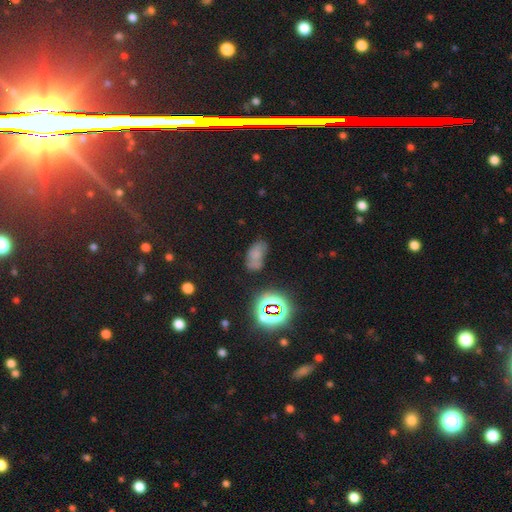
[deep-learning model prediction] smooth-or-featured: smooth: 56% | star or artifact: 27% | featured or disk: 16%
  how-rounded: in between: 88% | round: 8% | cigar-shaped: 4%
  merging: none: 53% | minor disturbance: 25% | major disturbance: 11% | merger: 11%